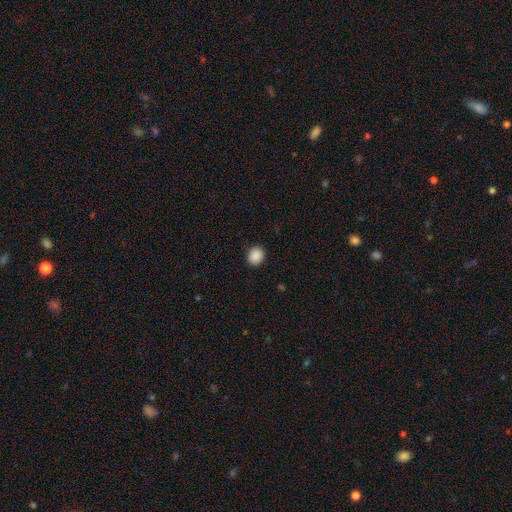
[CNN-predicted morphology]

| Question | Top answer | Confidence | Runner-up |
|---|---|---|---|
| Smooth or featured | smooth | 89% | star or artifact (8%) |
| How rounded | round | 63% | in between (36%) |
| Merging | none | 90% | minor disturbance (7%) |